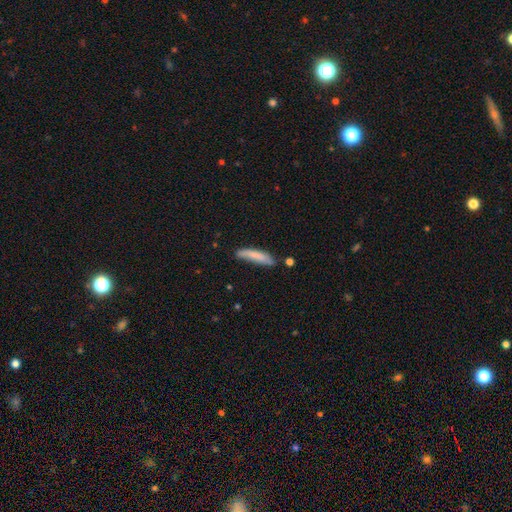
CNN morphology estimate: Overall: smooth (80%). How rounded: cigar-shaped (84%). Merging: none (62%; minor disturbance 26%).